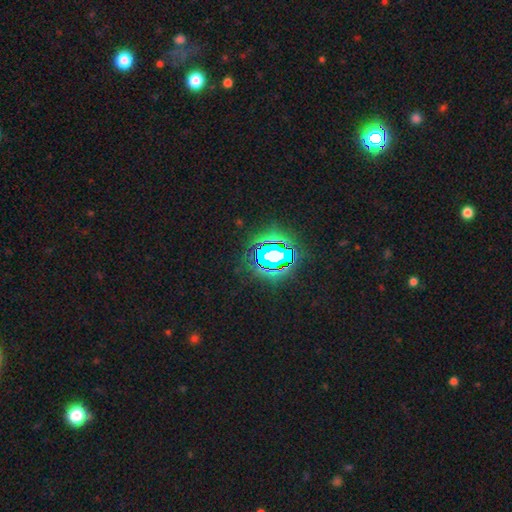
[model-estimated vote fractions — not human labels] Overall: star or artifact (83%).